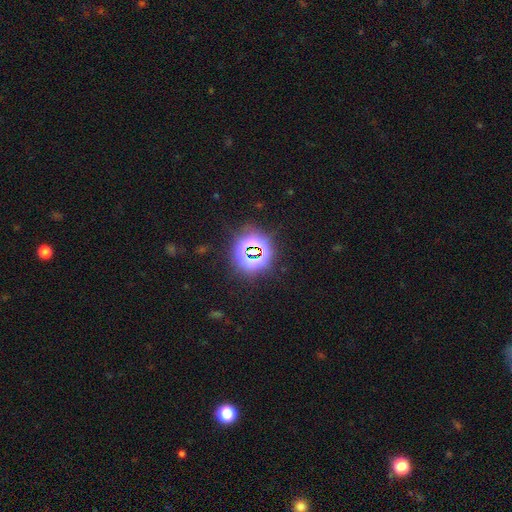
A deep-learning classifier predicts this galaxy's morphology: Smooth or featured?
  - star or artifact: 75% *
  - smooth: 16%
  - featured or disk: 8%